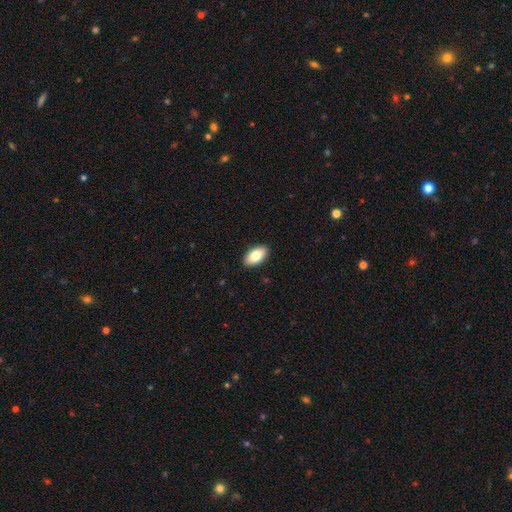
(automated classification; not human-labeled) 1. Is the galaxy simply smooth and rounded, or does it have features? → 80% smooth, 13% featured or disk, 7% star or artifact.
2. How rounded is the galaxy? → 94% in between, 3% round, 3% cigar-shaped.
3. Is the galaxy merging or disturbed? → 90% none, 7% minor disturbance, 2% major disturbance, 1% merger.